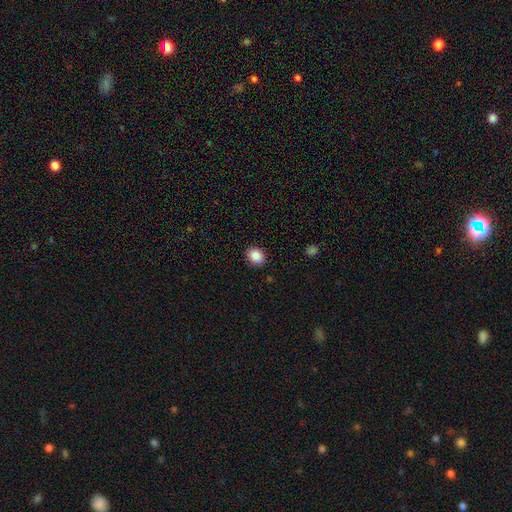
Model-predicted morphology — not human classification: Smooth or featured? Predicted: smooth (p=0.88). How rounded? Predicted: round (p=0.53). Merging? Predicted: none (p=0.89).